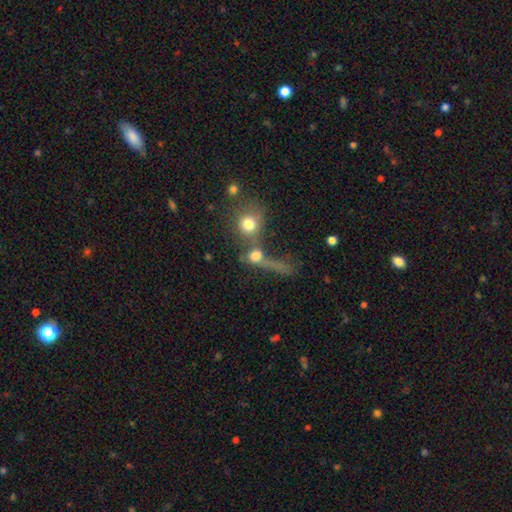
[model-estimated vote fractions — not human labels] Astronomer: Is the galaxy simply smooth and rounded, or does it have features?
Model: smooth — 66%.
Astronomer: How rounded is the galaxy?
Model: round — 66%.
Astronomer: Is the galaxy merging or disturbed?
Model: merger — 52%.